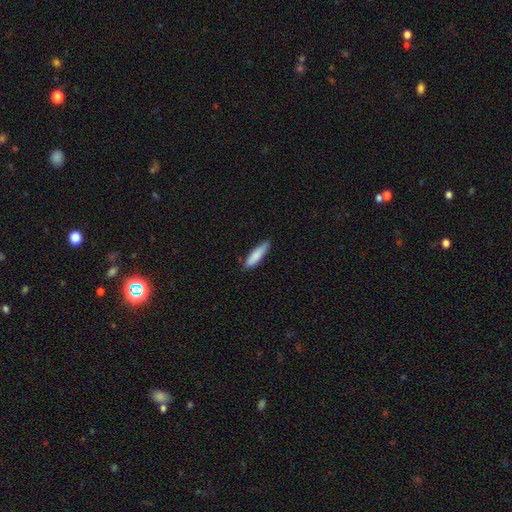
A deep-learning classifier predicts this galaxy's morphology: Smooth or featured? smooth (85%)
How rounded? cigar-shaped (74%)
Merging? none (80%)